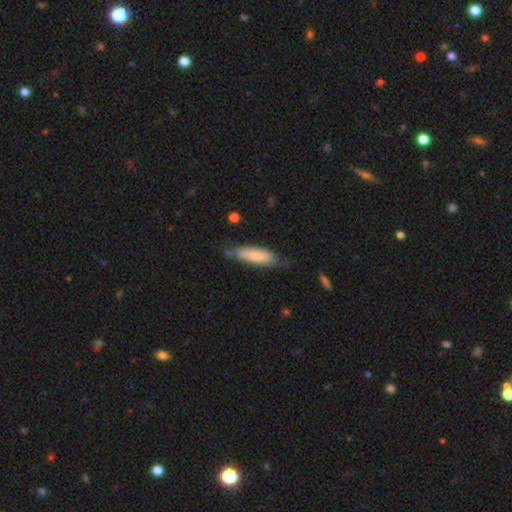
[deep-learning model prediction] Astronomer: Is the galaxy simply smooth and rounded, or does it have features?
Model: smooth — 70%.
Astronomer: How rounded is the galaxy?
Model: cigar-shaped — 51% (runner-up: in between, 48%).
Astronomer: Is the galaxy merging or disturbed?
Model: none — 59%.